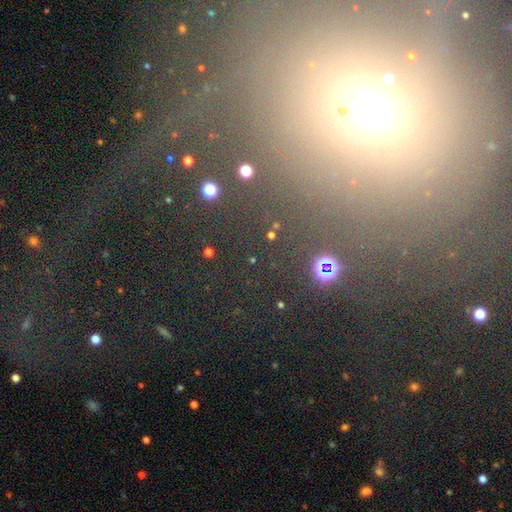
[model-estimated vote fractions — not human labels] Morphology: type=star or artifact (50%).